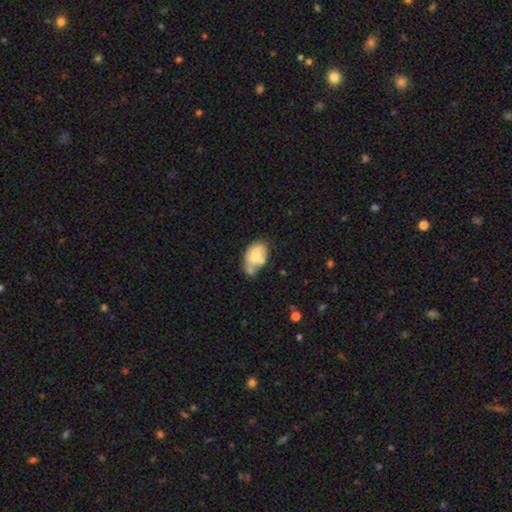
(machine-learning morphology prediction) Smooth or featured? Predicted: smooth (p=0.62). How rounded? Predicted: in between (p=0.84). Merging? Predicted: merger (p=0.31).